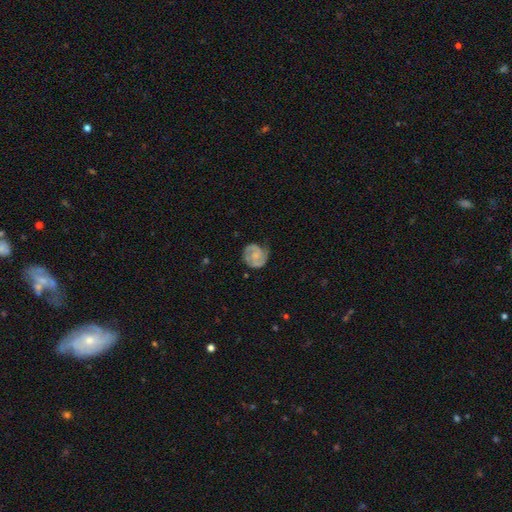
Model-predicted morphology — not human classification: smooth-or-featured: featured or disk: 74% | smooth: 20% | star or artifact: 6%
  disk-edge-on: no: 98% | yes: 2%
    bar: no: 67% | weak: 28% | strong: 5%
    has-spiral-arms: yes: 94% | no: 6%
      spiral-winding: tight: 54% | medium: 36% | loose: 10%
      spiral-arm-count: 2: 72% | can't tell: 9% | 3: 9% | 1: 6% | 4: 2% | more than 4: 2%
    bulge-size: small: 51% | moderate: 24% | none: 22% | large: 2% | dominant: 1%
  merging: none: 70% | minor disturbance: 21% | major disturbance: 7% | merger: 1%